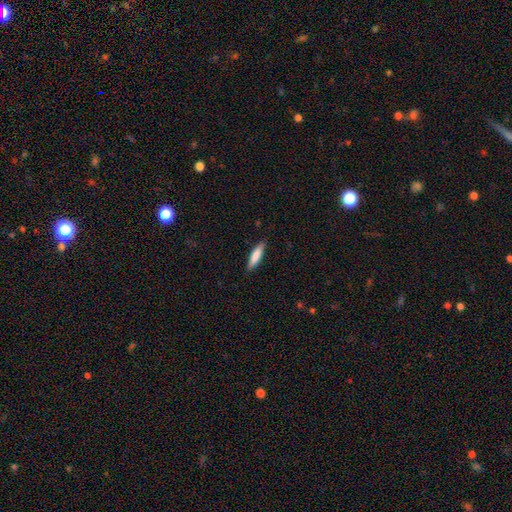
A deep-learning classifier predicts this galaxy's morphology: This appears to be a smooth galaxy with no disk features (81%) that is cigar-shaped (73%). Merging: none (86%).